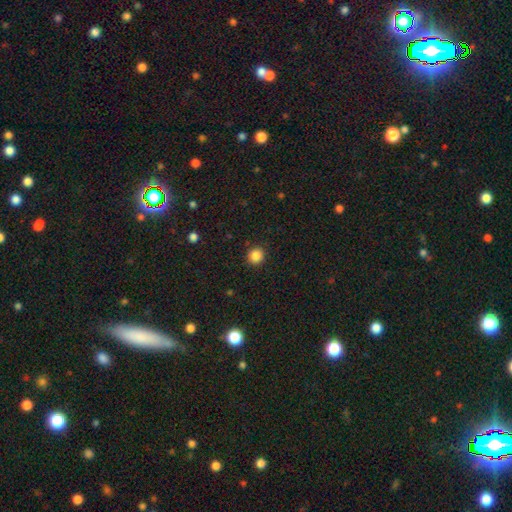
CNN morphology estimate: smooth 86%, star or artifact 11%, featured or disk 3%. Down the decision tree: how rounded — round (92%); merging — none (91%).